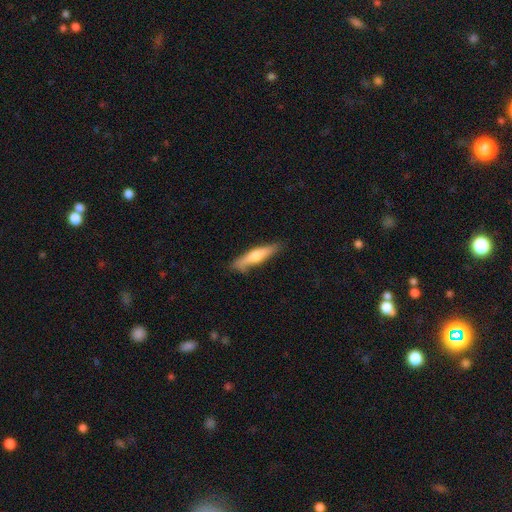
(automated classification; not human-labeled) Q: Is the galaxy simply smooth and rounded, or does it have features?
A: smooth — 55%.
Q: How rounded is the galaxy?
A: cigar-shaped — 83%.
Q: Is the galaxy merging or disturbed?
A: none — 79%.